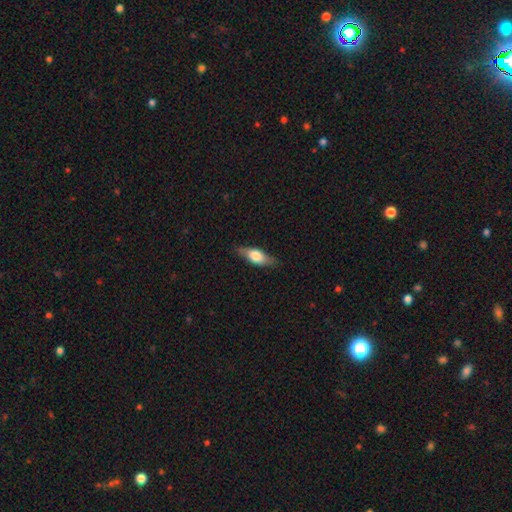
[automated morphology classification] smooth-or-featured: smooth: 57% | featured or disk: 37% | star or artifact: 6%
  how-rounded: in between: 65% | cigar-shaped: 31% | round: 4%
  merging: none: 82% | minor disturbance: 14% | major disturbance: 3% | merger: 1%